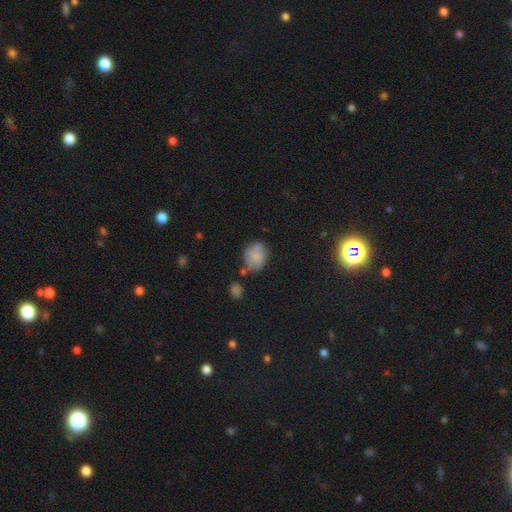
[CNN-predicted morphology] This is likely a smooth galaxy (72%). How rounded: possibly in between (51%). Merging: possibly none (51%).